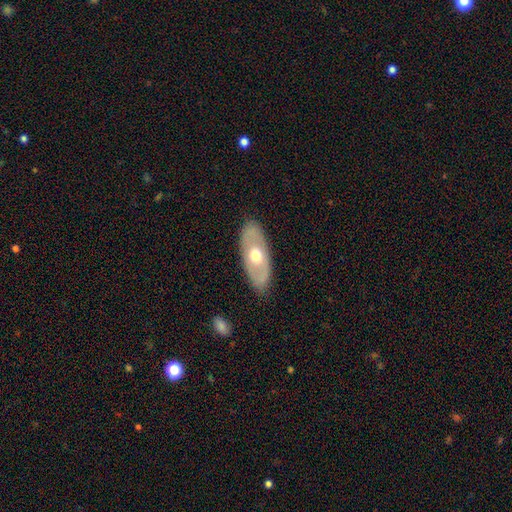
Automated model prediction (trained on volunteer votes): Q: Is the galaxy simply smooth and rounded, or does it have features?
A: featured or disk — 48%.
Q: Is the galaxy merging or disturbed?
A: none — 84%.